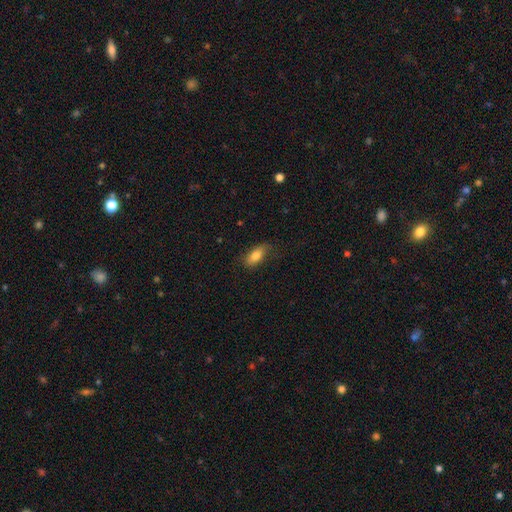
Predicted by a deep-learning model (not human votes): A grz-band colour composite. It shows a smooth galaxy with no disk features (79%) that is in between round and cigar-shaped (83%). Merging: none (70%).